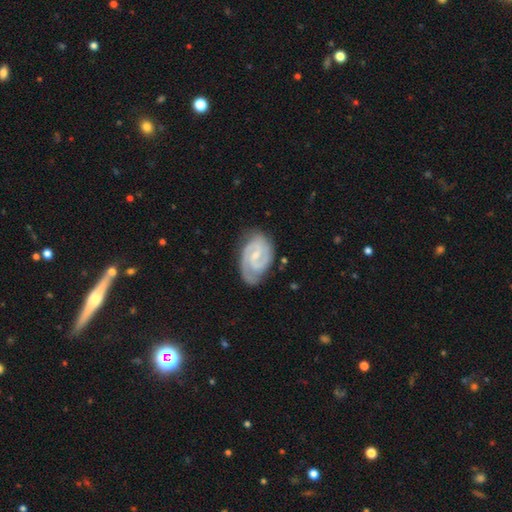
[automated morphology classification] This is clearly a featured or disk galaxy (89%). It is clearly not viewed edge-on (98%). Bar: possibly weak (56%). Spiral arm pattern: clearly yes (98%). Spiral arm count: clearly 2 (85%). Spiral winding: possibly tight (50%). Central bulge: likely small (62%). Merging: likely none (76%).